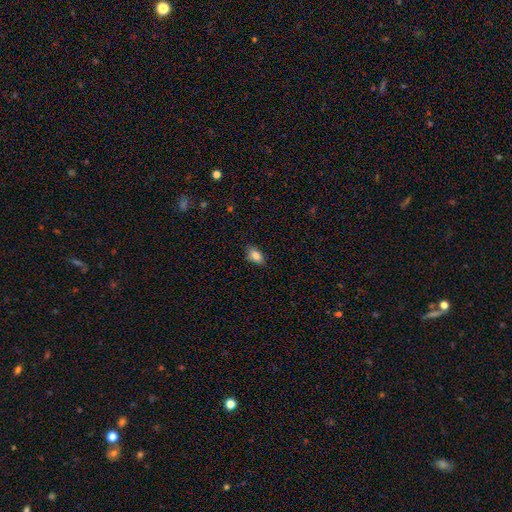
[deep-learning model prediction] smooth-or-featured: smooth: 83% | featured or disk: 9% | star or artifact: 8%
  how-rounded: in between: 88% | round: 8% | cigar-shaped: 4%
  merging: none: 81% | minor disturbance: 15% | major disturbance: 2% | merger: 1%